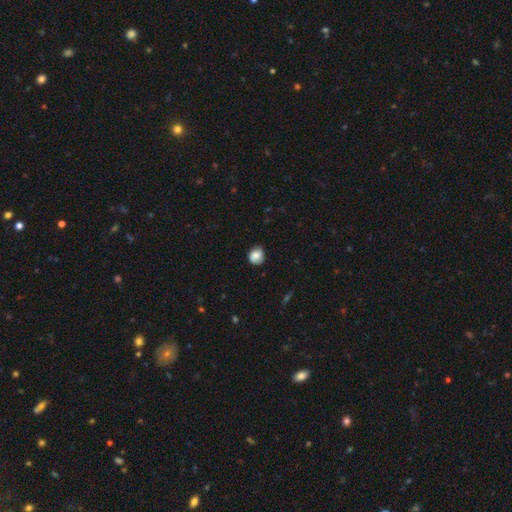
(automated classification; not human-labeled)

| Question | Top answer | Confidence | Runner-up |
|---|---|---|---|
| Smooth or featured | smooth | 79% | featured or disk (12%) |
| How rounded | round | 80% | in between (19%) |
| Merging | none | 72% | minor disturbance (22%) |